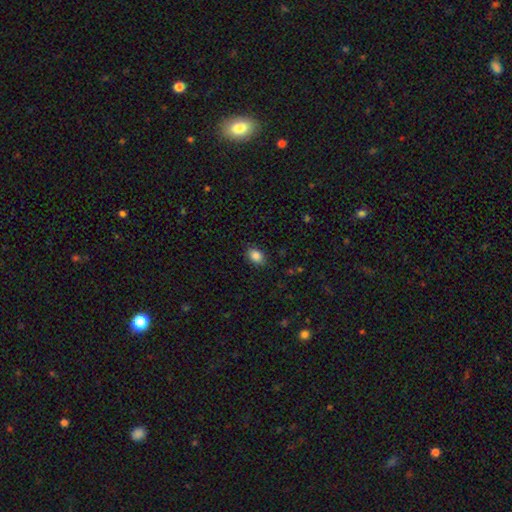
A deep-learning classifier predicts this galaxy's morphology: smooth-or-featured: smooth: 87% | star or artifact: 9% | featured or disk: 4%
  how-rounded: in between: 76% | round: 22% | cigar-shaped: 1%
  merging: none: 86% | minor disturbance: 10% | major disturbance: 3% | merger: 1%